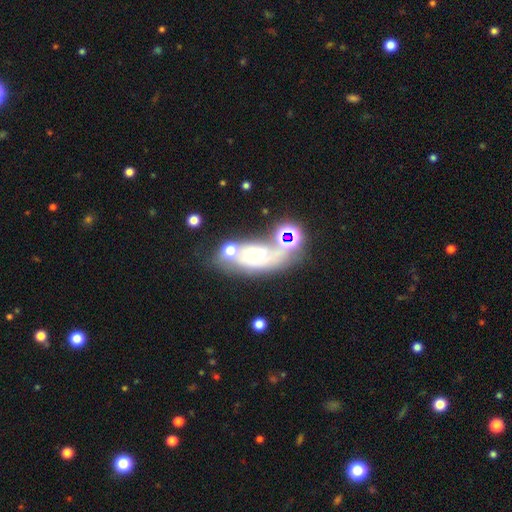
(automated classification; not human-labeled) Q: Smooth or featured?
A: featured or disk (52%); runner-up: smooth (27%)
Q: Edge-on disk?
A: no (87%); runner-up: yes (13%)
Q: Merging?
A: none (38%); runner-up: merger (25%)